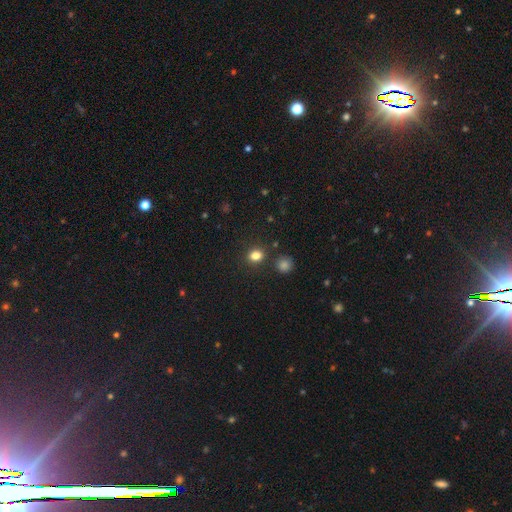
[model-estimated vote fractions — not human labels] This is clearly a smooth galaxy (82%). How rounded: likely round (61%). Merging: clearly none (83%).